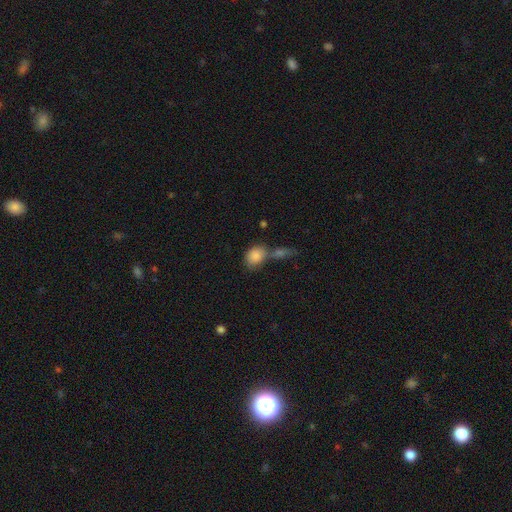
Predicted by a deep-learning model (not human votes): The model was most divided on "merging": merger: 44%, none: 38%, minor disturbance: 13%, major disturbance: 6%. More confident: smooth or featured — smooth (85%); how rounded — in between (59%).